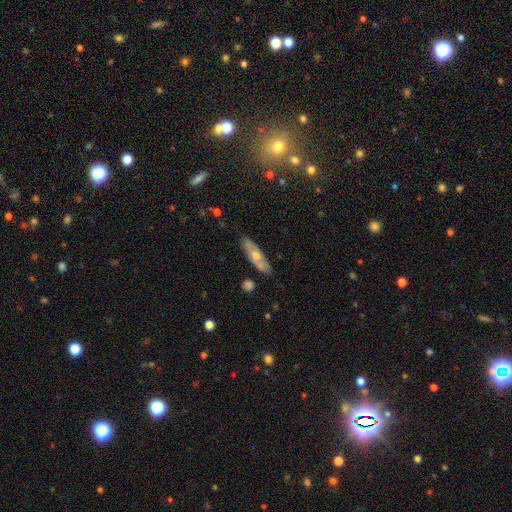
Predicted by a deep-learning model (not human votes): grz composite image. It shows a featured or disk galaxy (53%). Merging: none (83%).